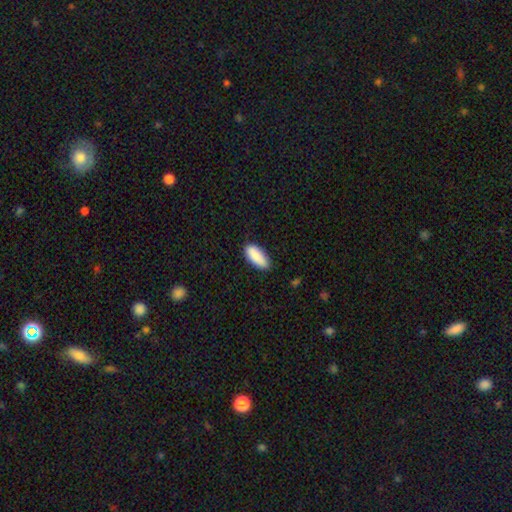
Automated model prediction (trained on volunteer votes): Overall: smooth (89%). How rounded: in between (83%). Merging: none (81%).